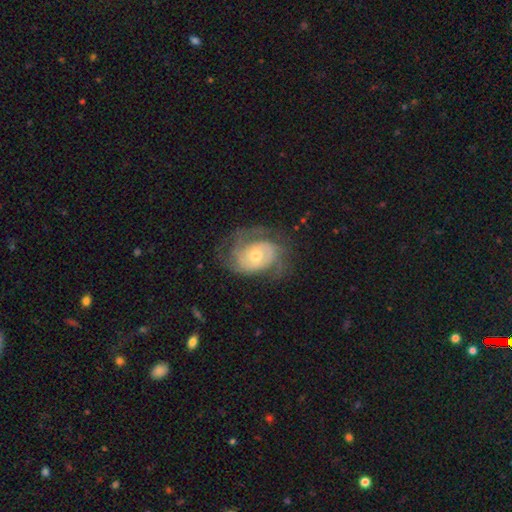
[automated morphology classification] featured or disk 81%, smooth 13%, star or artifact 5%. Down the decision tree: edge-on disk — no (97%); bar — no (73%); spiral arms — yes (92%); spiral arm count — 2 (39%); spiral winding — tight (53%); bulge size — moderate (56%); merging — none (61%).